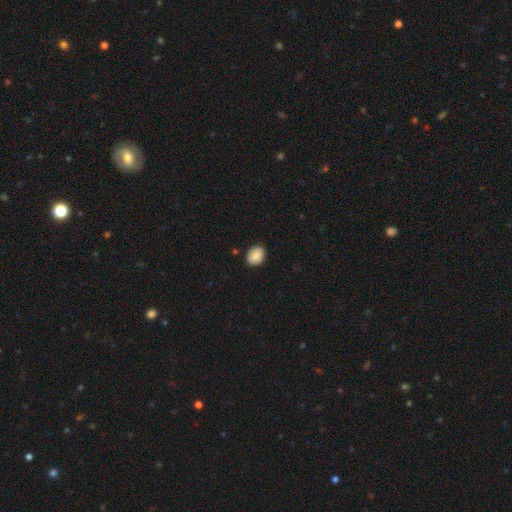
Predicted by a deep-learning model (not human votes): A smooth galaxy with no disk features (87%) that is in between round and cigar-shaped (63%).

Vote fractions:
- Smooth or featured? smooth: 87% / star or artifact: 7% / featured or disk: 6%
- How rounded? in between: 63% / round: 36% / cigar-shaped: 1%
- Merging? none: 86% / minor disturbance: 11% / major disturbance: 2% / merger: 1%